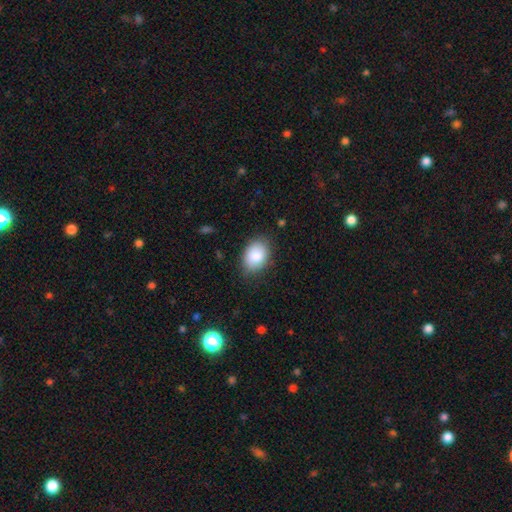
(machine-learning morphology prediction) Smooth or featured?
  - smooth: 86% *
  - featured or disk: 7%
  - star or artifact: 7%
How rounded?
  - in between: 76% *
  - round: 23%
  - cigar-shaped: 1%
Merging?
  - none: 79% *
  - minor disturbance: 16%
  - major disturbance: 3%
  - merger: 1%